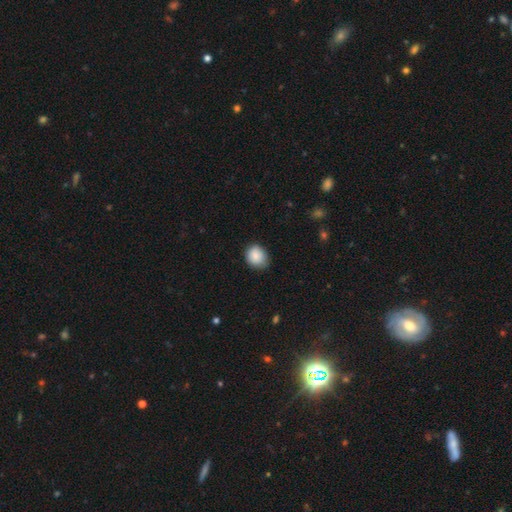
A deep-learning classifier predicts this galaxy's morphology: A smooth galaxy with no disk features (86%) that is round (62%). Merging: none (73%).